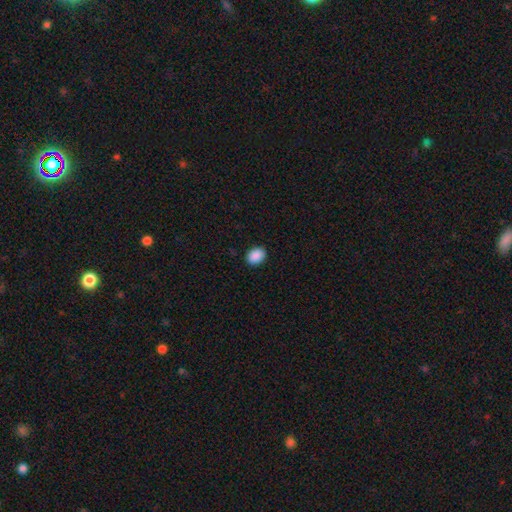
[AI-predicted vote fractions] Smooth or featured? smooth (90%)
How rounded? in between (66%)
Merging? none (90%)